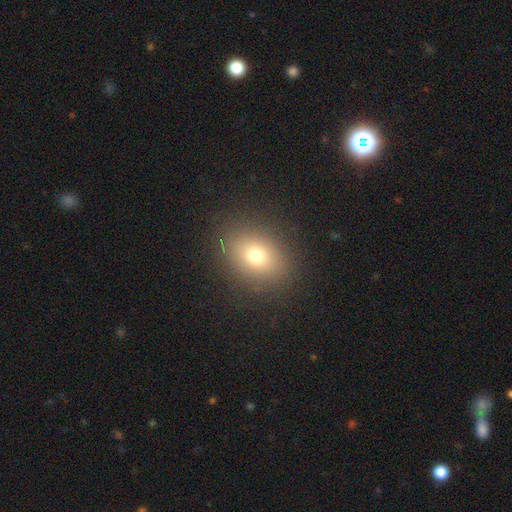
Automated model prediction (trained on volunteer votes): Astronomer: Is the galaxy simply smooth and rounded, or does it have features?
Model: smooth — 73%.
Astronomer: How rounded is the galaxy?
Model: in between — 56% (runner-up: round, 43%).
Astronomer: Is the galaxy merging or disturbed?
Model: none — 87%.